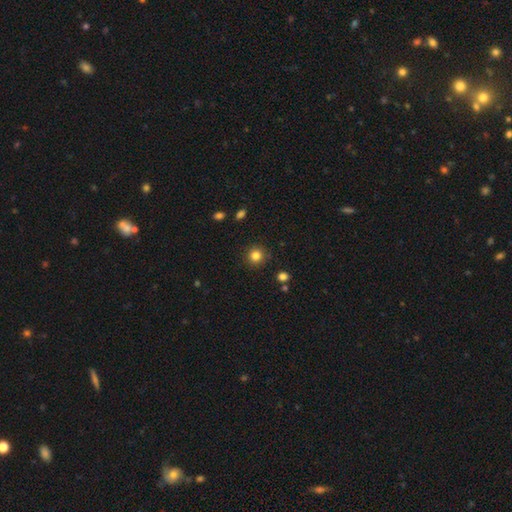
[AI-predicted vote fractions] This is clearly a smooth galaxy (83%). How rounded: clearly round (92%). Merging: clearly none (90%).